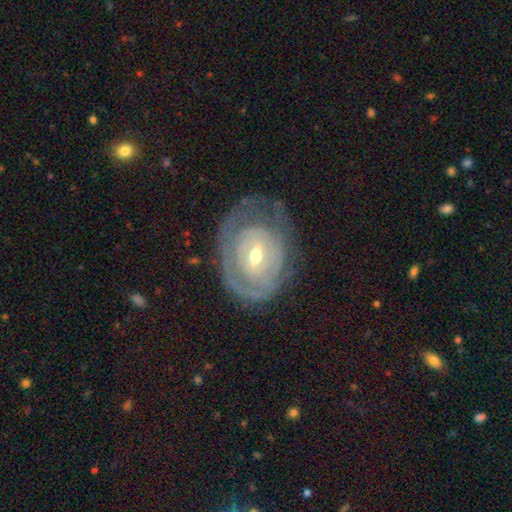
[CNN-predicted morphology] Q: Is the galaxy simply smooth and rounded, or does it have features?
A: featured or disk — 79%.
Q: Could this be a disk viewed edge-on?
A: no — 95%.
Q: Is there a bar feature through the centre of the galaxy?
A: weak — 46%.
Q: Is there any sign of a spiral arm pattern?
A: yes — 74%.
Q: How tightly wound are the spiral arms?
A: tight — 74%.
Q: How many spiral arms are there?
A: can't tell — 48%.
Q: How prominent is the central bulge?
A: moderate — 53%.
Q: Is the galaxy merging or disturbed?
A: none — 59%.